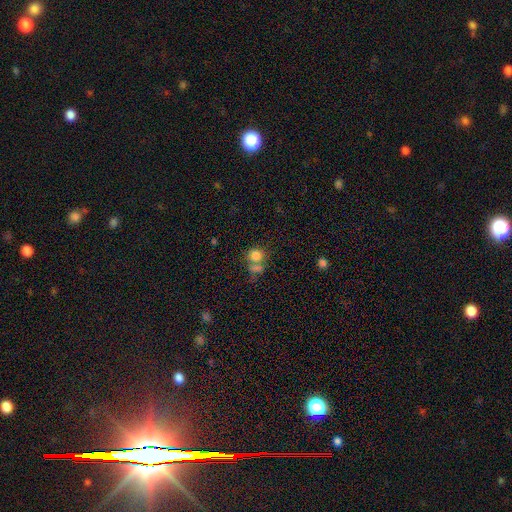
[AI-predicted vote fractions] Smooth or featured? smooth (79%)
How rounded? round (81%)
Merging? none (50%)